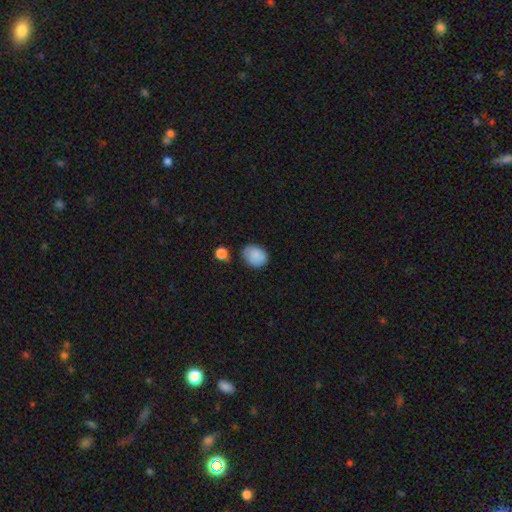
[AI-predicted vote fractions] This is clearly a smooth galaxy (85%). How rounded: possibly round (52%). Merging: likely none (74%).